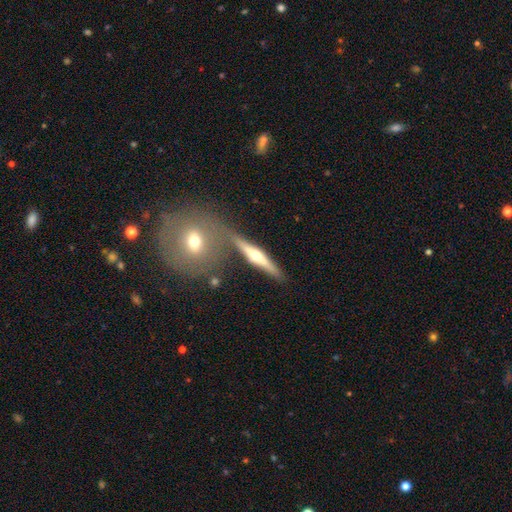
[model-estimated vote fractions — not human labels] featured or disk 65%, smooth 29%, star or artifact 6%. Down the decision tree: edge-on disk — yes (94%); edge-on bulge — rounded (93%); merging — none (74%).